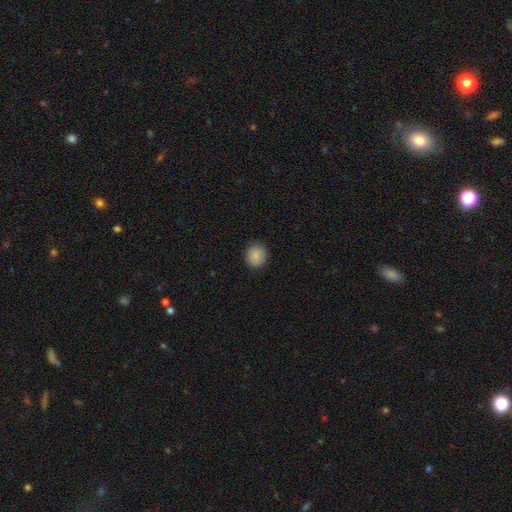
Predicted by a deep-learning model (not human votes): This appears to be a smooth galaxy with no disk features (86%) that is round (85%). Merging: none (87%).